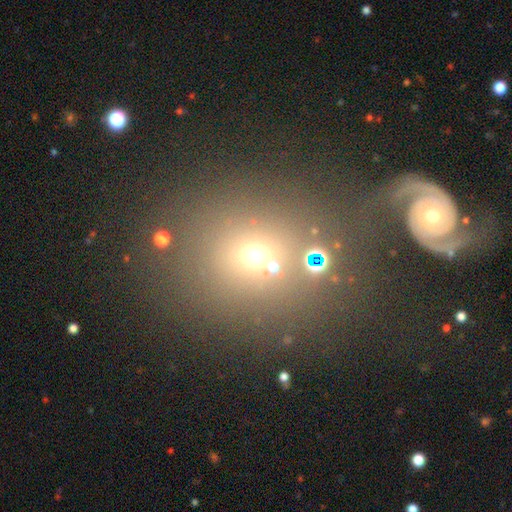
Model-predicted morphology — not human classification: Smooth or featured? smooth (53%)
How rounded? round (75%)
Merging? none (61%)